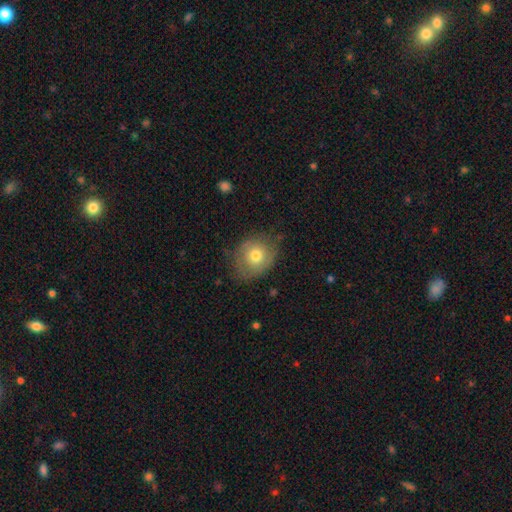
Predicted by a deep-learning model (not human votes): Smooth or featured: smooth — 71% (featured or disk — 21%)
How rounded: round — 62% (in between — 37%)
Merging: none — 67% (minor disturbance — 24%)